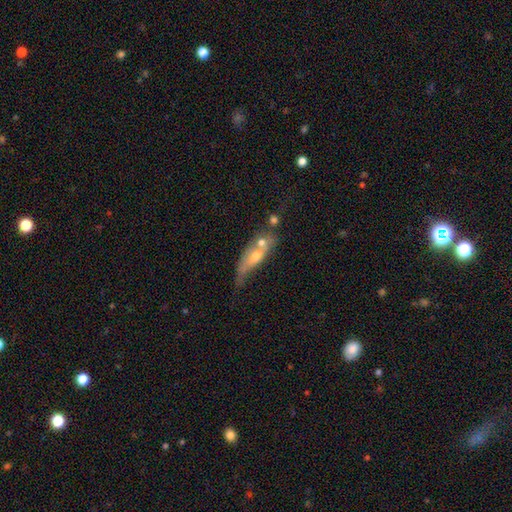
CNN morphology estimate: A featured or disk galaxy (46%).

Vote fractions:
- Smooth or featured? featured or disk: 46% / smooth: 45% / star or artifact: 9%
- Merging? merger: 41% / none: 26% / minor disturbance: 19% / major disturbance: 15%